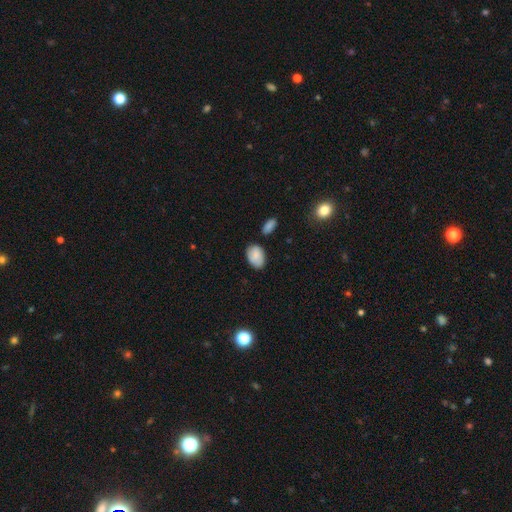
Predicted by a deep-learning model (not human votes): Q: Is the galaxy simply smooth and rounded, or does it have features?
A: smooth — 86%.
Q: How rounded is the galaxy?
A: in between — 89%.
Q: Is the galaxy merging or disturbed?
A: none — 75%.